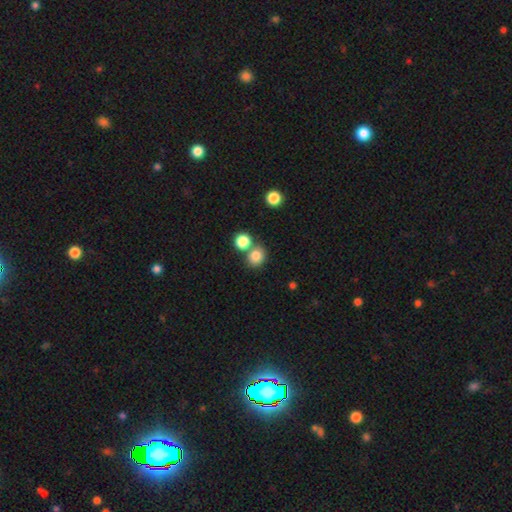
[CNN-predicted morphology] type=smooth (82%); roundness=round (78%); merging=none (59%).